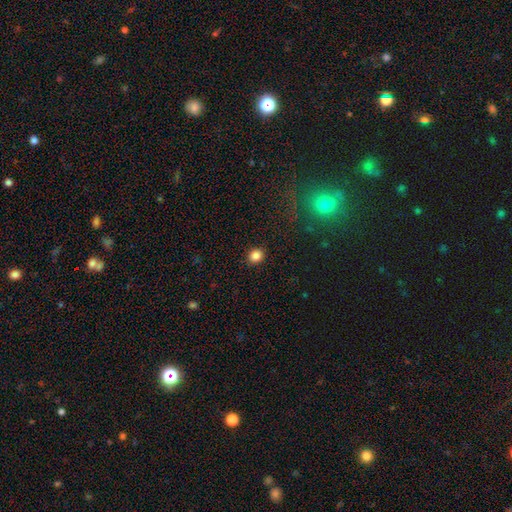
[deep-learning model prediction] Smooth or featured? smooth (85%)
How rounded? round (74%)
Merging? none (90%)